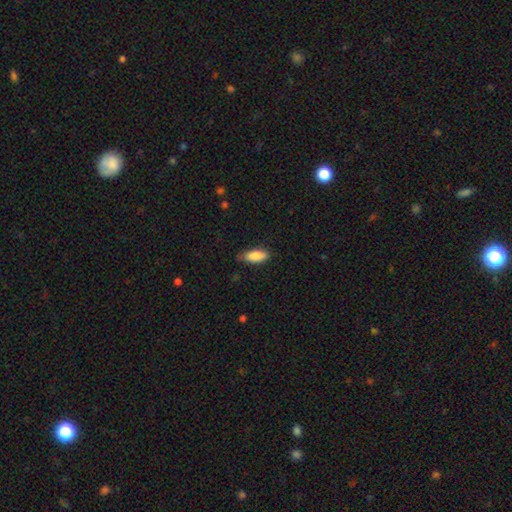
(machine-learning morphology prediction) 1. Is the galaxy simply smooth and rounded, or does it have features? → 87% smooth, 7% featured or disk, 6% star or artifact.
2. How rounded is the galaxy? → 78% in between, 20% cigar-shaped, 2% round.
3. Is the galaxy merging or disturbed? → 75% none, 20% minor disturbance, 3% major disturbance, 1% merger.